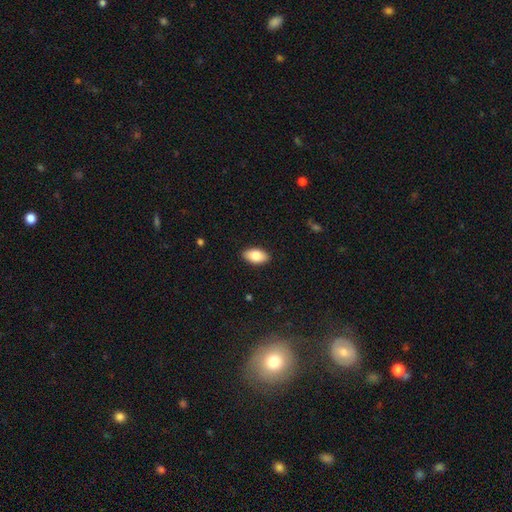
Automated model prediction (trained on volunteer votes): Smooth or featured?
  - smooth: 84% *
  - featured or disk: 9%
  - star or artifact: 7%
How rounded?
  - in between: 94% *
  - round: 3%
  - cigar-shaped: 3%
Merging?
  - none: 89% *
  - minor disturbance: 8%
  - major disturbance: 2%
  - merger: 1%